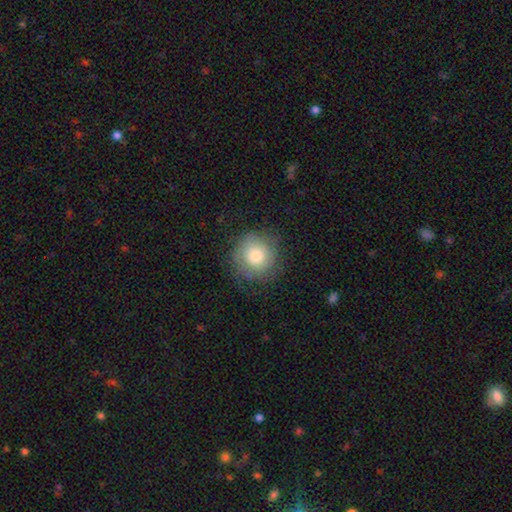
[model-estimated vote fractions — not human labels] smooth-or-featured: smooth: 71% | featured or disk: 20% | star or artifact: 8%
  how-rounded: round: 93% | in between: 6% | cigar-shaped: 1%
  merging: none: 75% | minor disturbance: 17% | major disturbance: 7% | merger: 1%